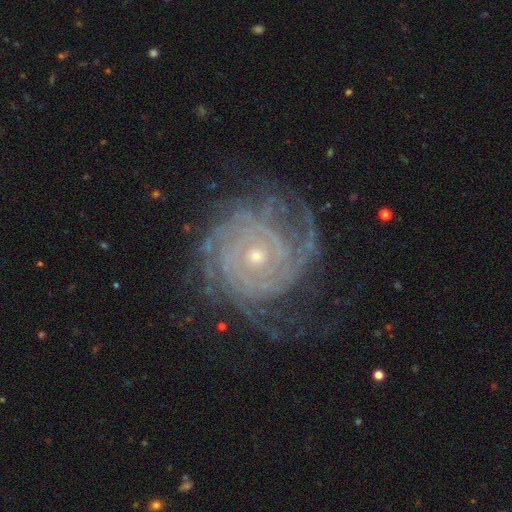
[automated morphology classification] This is clearly a featured or disk galaxy (89%). It is clearly not viewed edge-on (97%). Bar: likely no (78%). Spiral arm pattern: clearly yes (97%). Spiral arm count: marginally can't tell (28%). Spiral winding: clearly tight (81%). Central bulge: likely small (67%). Merging: likely none (69%).